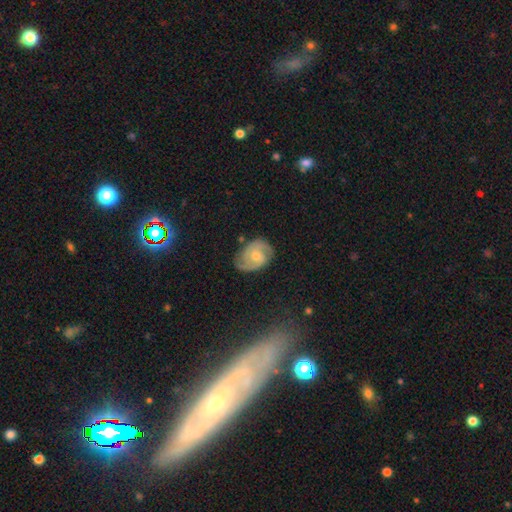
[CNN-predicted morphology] smooth-or-featured: featured or disk: 81% | smooth: 13% | star or artifact: 6%
  disk-edge-on: no: 97% | yes: 3%
    bar: no: 64% | weak: 31% | strong: 5%
    has-spiral-arms: yes: 96% | no: 4%
      spiral-winding: tight: 47% | medium: 43% | loose: 10%
      spiral-arm-count: 2: 69% | 3: 14% | can't tell: 10% | 1: 3% | 4: 2% | more than 4: 2%
    bulge-size: moderate: 52% | small: 43% | large: 2% | none: 2% | dominant: 1%
  merging: none: 75% | minor disturbance: 19% | major disturbance: 5% | merger: 2%